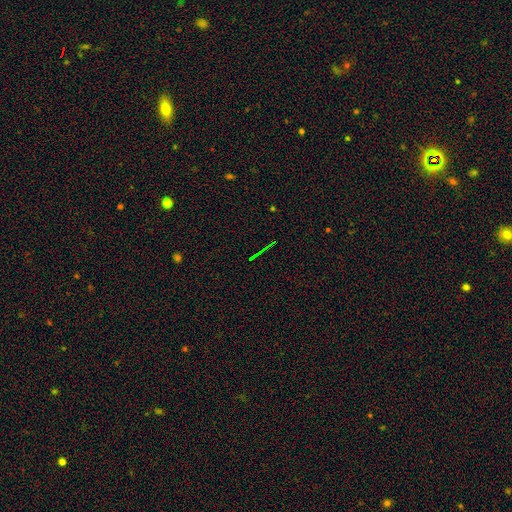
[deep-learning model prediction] Smooth or featured? star or artifact (71%)